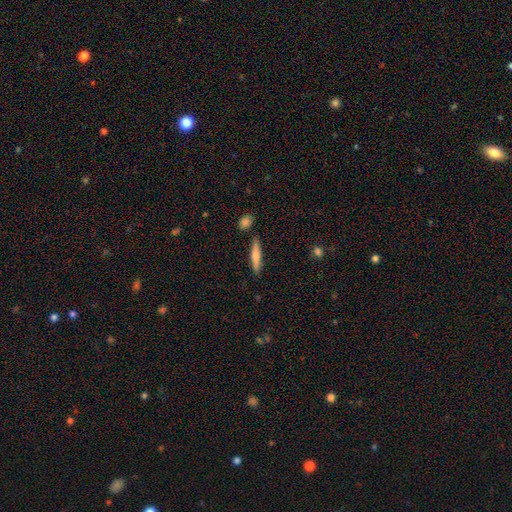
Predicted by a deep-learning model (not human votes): This appears to be a smooth galaxy with no disk features (65%) that is cigar-shaped (88%). Merging: none (86%).